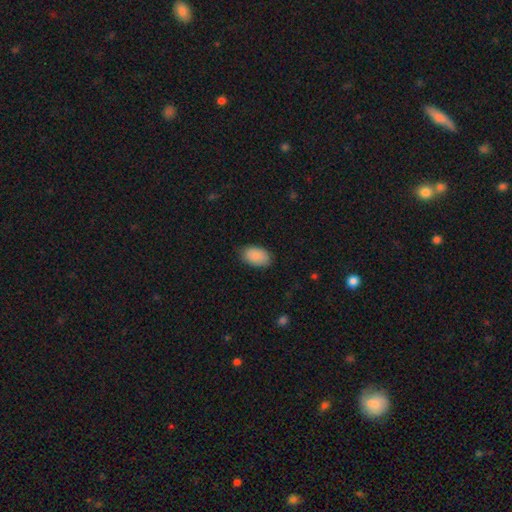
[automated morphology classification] Smooth or featured: smooth — 89% (star or artifact — 6%)
How rounded: in between — 93% (round — 6%)
Merging: none — 83% (minor disturbance — 14%)